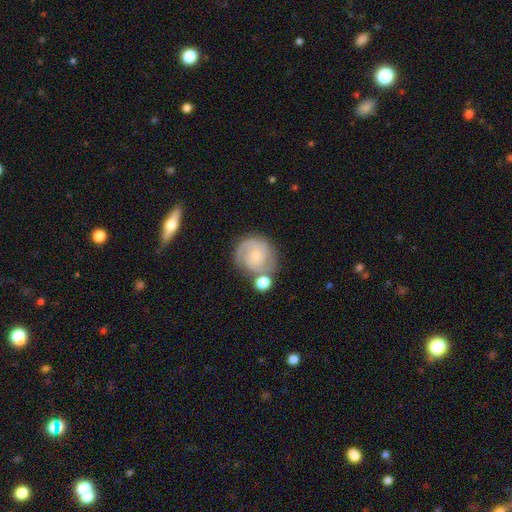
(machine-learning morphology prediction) Q: Smooth or featured?
A: featured or disk (73%); runner-up: smooth (21%)
Q: Edge-on disk?
A: no (98%); runner-up: yes (2%)
Q: Bar?
A: no (75%); runner-up: weak (22%)
Q: Spiral arms?
A: yes (93%); runner-up: no (7%)
Q: Spiral winding?
A: tight (57%); runner-up: medium (34%)
Q: Spiral arm count?
A: 2 (58%); runner-up: can't tell (17%)
Q: Bulge size?
A: small (68%); runner-up: moderate (28%)
Q: Merging?
A: none (63%); runner-up: minor disturbance (16%)